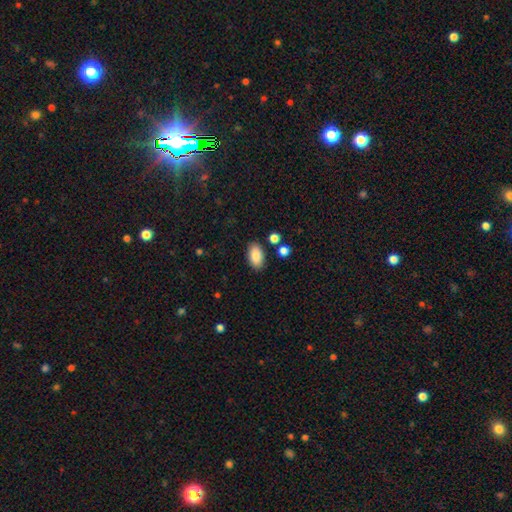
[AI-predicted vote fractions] This appears to be a smooth galaxy with no disk features (87%) that is in between round and cigar-shaped (94%). Merging: none (85%).